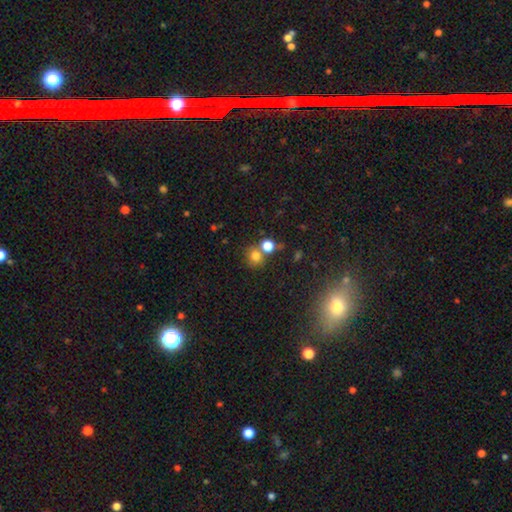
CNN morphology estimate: smooth_or_featured: smooth (p=0.77) [alt: star or artifact p=0.16]
how_rounded: round (p=0.85) [alt: in between p=0.14]
merging: none (p=0.64) [alt: merger p=0.24]